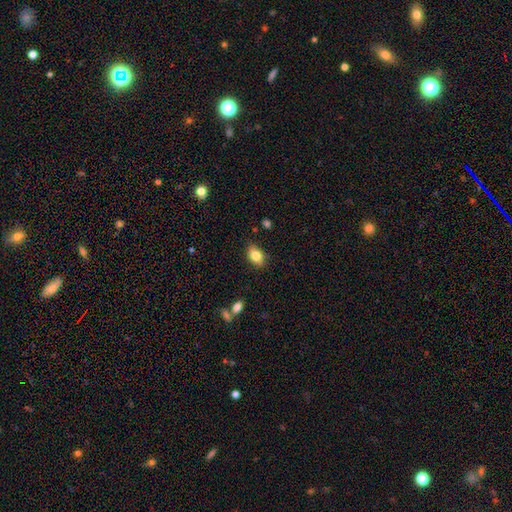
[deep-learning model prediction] A smooth galaxy with no disk features (82%) that is in between round and cigar-shaped (85%).

Vote fractions:
- Smooth or featured? smooth: 82% / featured or disk: 9% / star or artifact: 8%
- How rounded? in between: 85% / round: 13% / cigar-shaped: 2%
- Merging? none: 84% / minor disturbance: 12% / major disturbance: 2% / merger: 2%